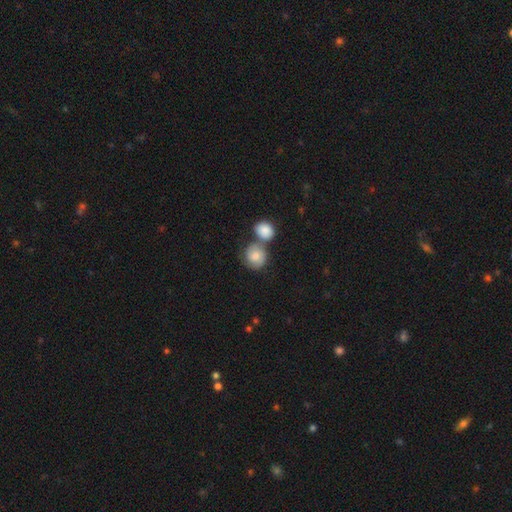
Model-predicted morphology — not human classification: type=smooth (62%); roundness=round (82%); merging=none (44%).